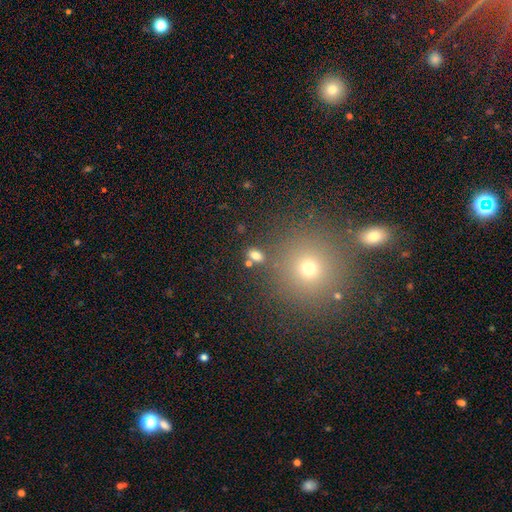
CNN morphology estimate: Smooth or featured?
  - smooth: 75% *
  - star or artifact: 17%
  - featured or disk: 8%
How rounded?
  - in between: 72% *
  - round: 26%
  - cigar-shaped: 2%
Merging?
  - none: 75% *
  - merger: 10%
  - minor disturbance: 10%
  - major disturbance: 5%